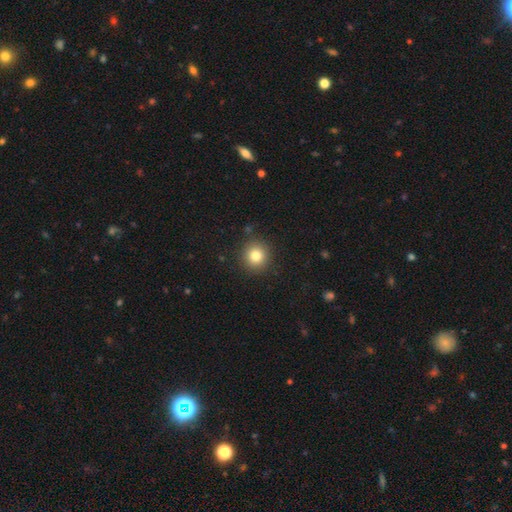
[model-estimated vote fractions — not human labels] smooth 81%, star or artifact 12%, featured or disk 8%. Down the decision tree: how rounded — round (93%); merging — none (89%).